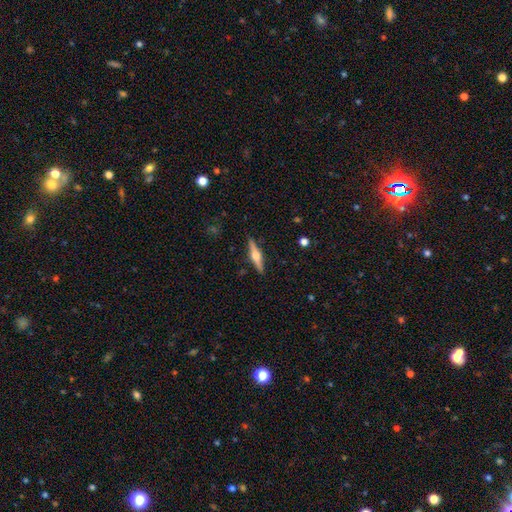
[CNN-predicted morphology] This is likely a featured or disk galaxy (69%). It is clearly viewed edge-on (98%). Edge-on bulge: clearly rounded (93%). Merging: clearly none (90%).